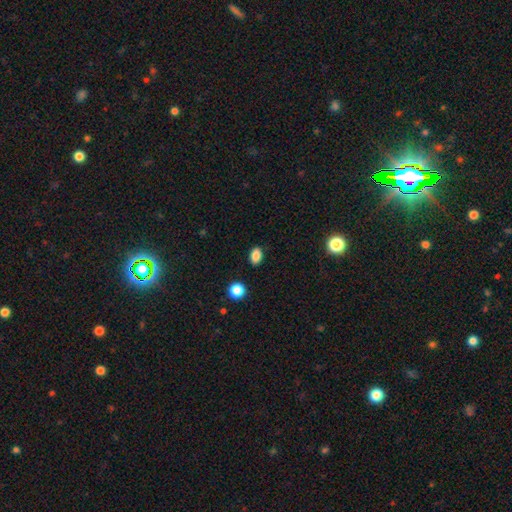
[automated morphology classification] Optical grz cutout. It shows a smooth galaxy with no disk features (86%) that is in between round and cigar-shaped (80%). Merging: none (88%).